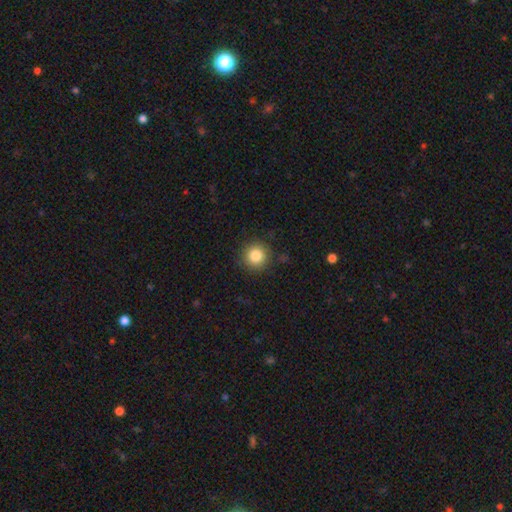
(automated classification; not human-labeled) A smooth galaxy with no disk features (84%) that is round (94%). Merging: none (88%).